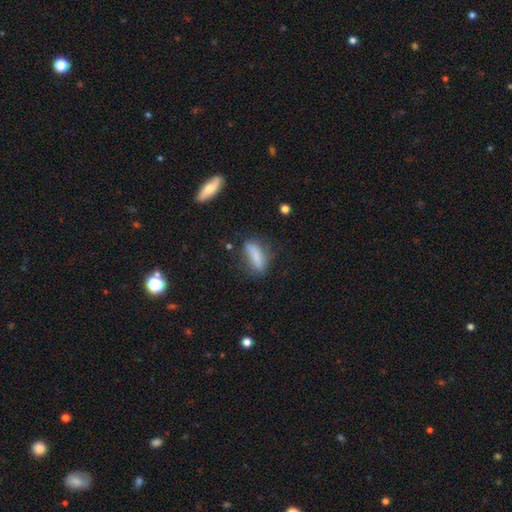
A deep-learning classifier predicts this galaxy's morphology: type=smooth (76%); roundness=in between (51%); merging=none (59%).